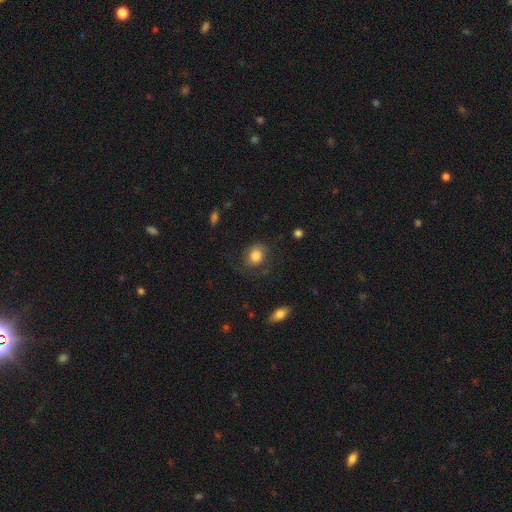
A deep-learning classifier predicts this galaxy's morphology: A smooth galaxy with no disk features (77%) that is round (61%). Merging: none (63%).